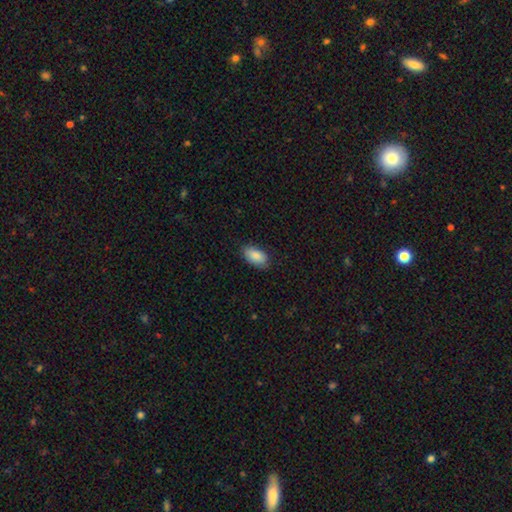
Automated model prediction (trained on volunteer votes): A smooth galaxy with no disk features (86%) that is in between round and cigar-shaped (94%).

Vote fractions:
- Smooth or featured? smooth: 86% / featured or disk: 7% / star or artifact: 6%
- How rounded? in between: 94% / round: 4% / cigar-shaped: 2%
- Merging? none: 82% / minor disturbance: 14% / major disturbance: 3% / merger: 1%